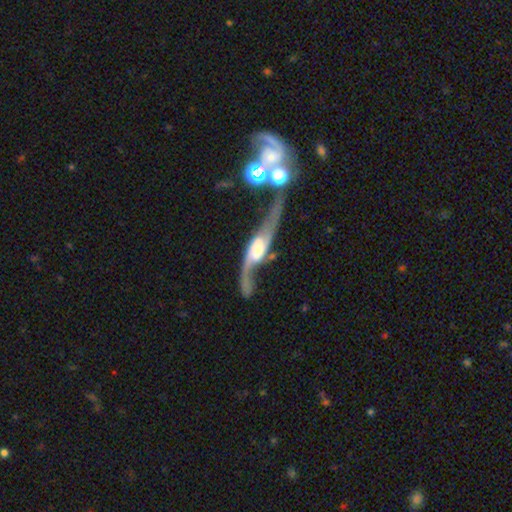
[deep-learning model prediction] Morphology: type=featured or disk (82%); edge-on=no (82%); bar=no (48%); spiral arms=yes (91%); winding=loose (88%); arm count=2 (89%); bulge=large (30%); merging=none (33%).